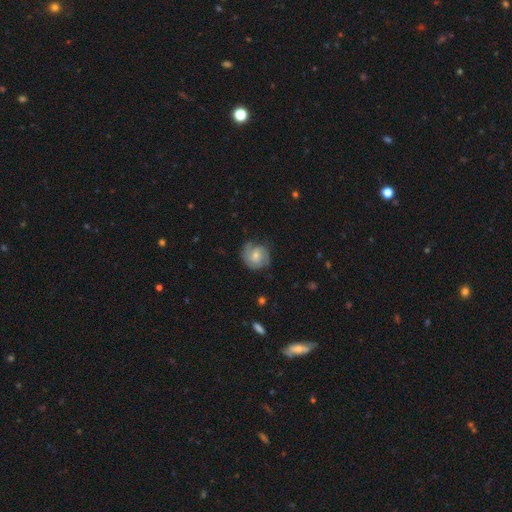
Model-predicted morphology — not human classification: featured or disk 62%, smooth 32%, star or artifact 7%. Down the decision tree: edge-on disk — no (98%); bar — no (66%); spiral arms — yes (90%); spiral arm count — 2 (47%); spiral winding — tight (52%); bulge size — small (52%); merging — none (69%).